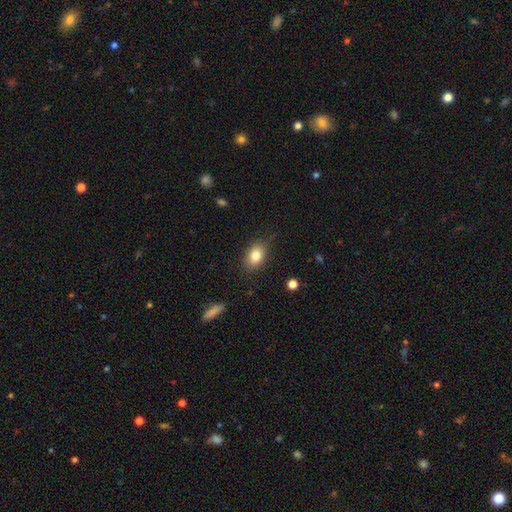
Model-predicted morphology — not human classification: This is clearly a smooth galaxy (82%). How rounded: likely in between (79%). Merging: clearly none (83%).